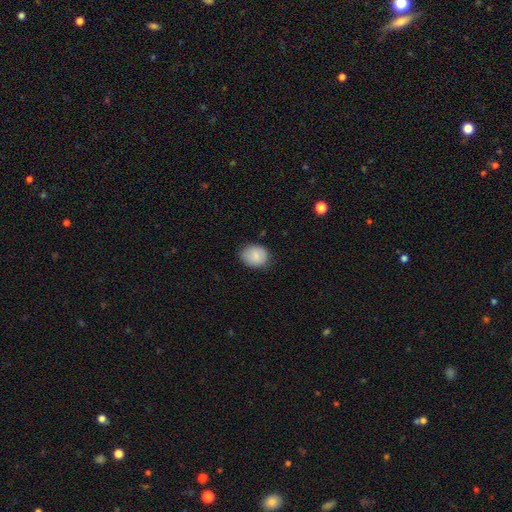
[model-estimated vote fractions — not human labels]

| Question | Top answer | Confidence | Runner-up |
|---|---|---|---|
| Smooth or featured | smooth | 82% | featured or disk (11%) |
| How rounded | in between | 50% | round (49%) |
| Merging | none | 81% | minor disturbance (15%) |